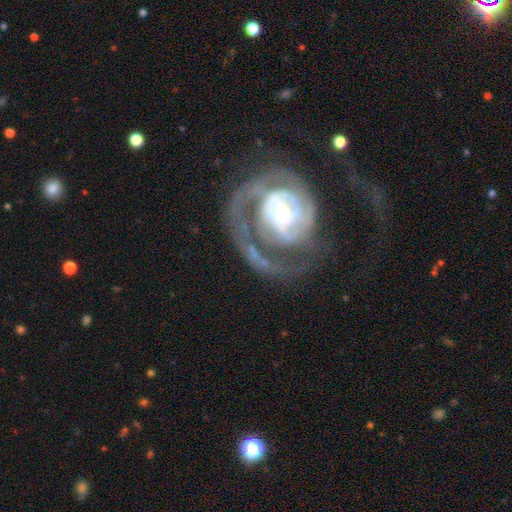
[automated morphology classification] smooth_or_featured: featured or disk (p=0.86) [alt: smooth p=0.08]
disk_edge_on: no (p=0.98) [alt: yes p=0.02]
bar: no (p=0.60) [alt: weak p=0.29]
has_spiral_arms: yes (p=0.91) [alt: no p=0.09]
spiral_winding: tight (p=0.58) [alt: medium p=0.30]
spiral_arm_count: 2 (p=0.36) [alt: can't tell p=0.25]
bulge_size: small (p=0.62) [alt: moderate p=0.31]
merging: major disturbance (p=0.43) [alt: none p=0.38]